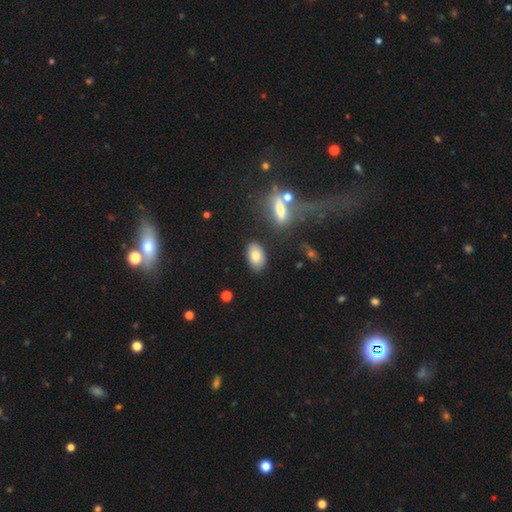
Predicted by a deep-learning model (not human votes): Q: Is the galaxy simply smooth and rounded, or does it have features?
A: smooth — 79%.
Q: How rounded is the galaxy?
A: in between — 92%.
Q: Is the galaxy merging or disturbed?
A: none — 80%.